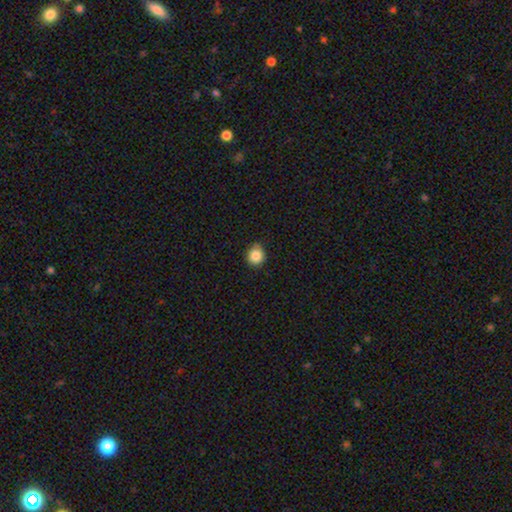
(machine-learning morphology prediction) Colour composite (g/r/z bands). It shows a smooth galaxy with no disk features (86%) that is round (84%). Merging: none (79%).